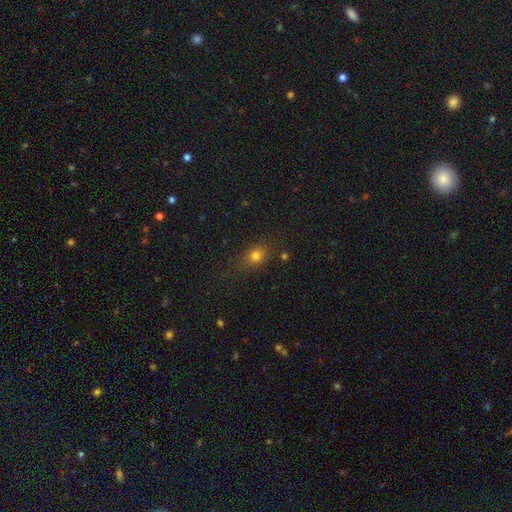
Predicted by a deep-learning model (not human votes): The model was most divided on "how rounded" (2-way tie): in between: 48%, round: 48%, cigar-shaped: 4%. More confident: merging — none (76%); smooth or featured — smooth (75%).